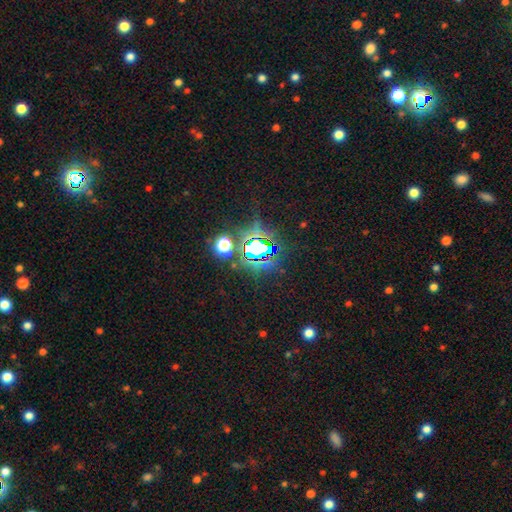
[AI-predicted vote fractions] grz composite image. It shows a star or artifact, not a galaxy (74%).